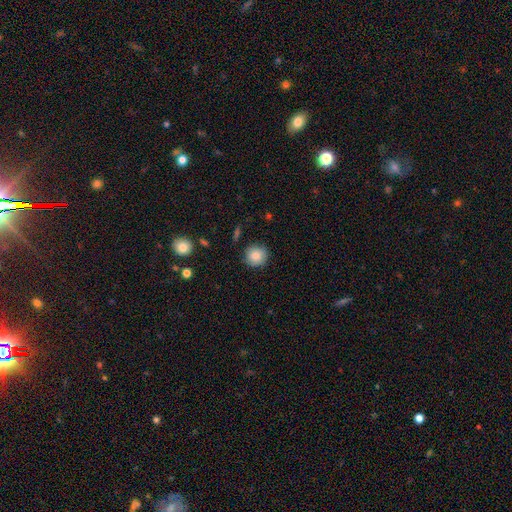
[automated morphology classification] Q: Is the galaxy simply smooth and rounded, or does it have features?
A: smooth — 85%.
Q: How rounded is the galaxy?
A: round — 93%.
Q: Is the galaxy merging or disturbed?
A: none — 87%.